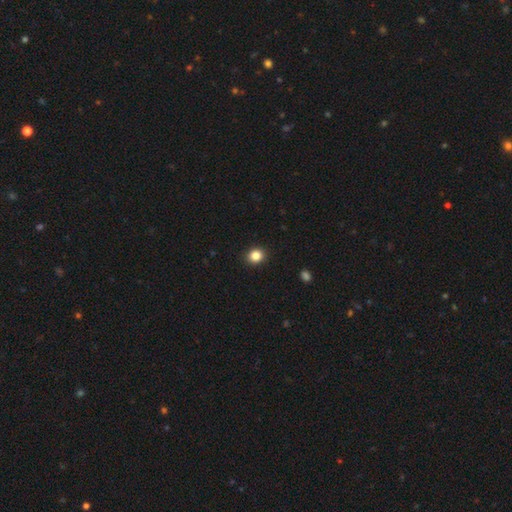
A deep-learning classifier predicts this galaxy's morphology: This is clearly a smooth galaxy (85%). How rounded: likely round (76%). Merging: clearly none (92%).